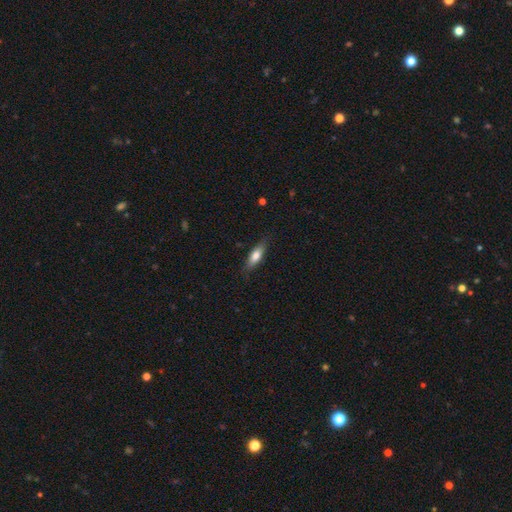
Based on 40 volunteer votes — smooth-or-featured: smooth: 85% | featured or disk: 8% | star or artifact: 8%
  how-rounded: in between: 56% | cigar-shaped: 44% | round: 0%
  merging: none: 76% | minor disturbance: 19% | major disturbance: 5% | merger: 0%